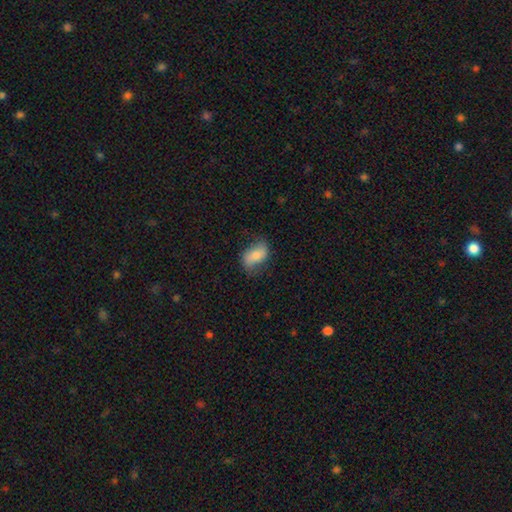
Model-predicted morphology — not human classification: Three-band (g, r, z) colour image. It shows a smooth galaxy with no disk features (65%) that is in between round and cigar-shaped (89%). Merging: none (66%).